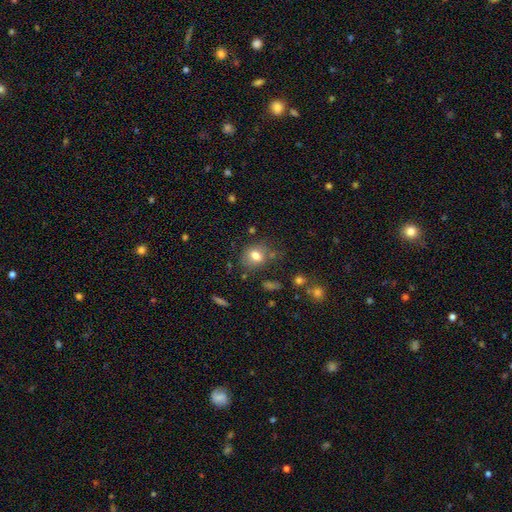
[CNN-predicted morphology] smooth 76%, featured or disk 13%, star or artifact 11%. Down the decision tree: how rounded — round (54%); merging — none (67%).